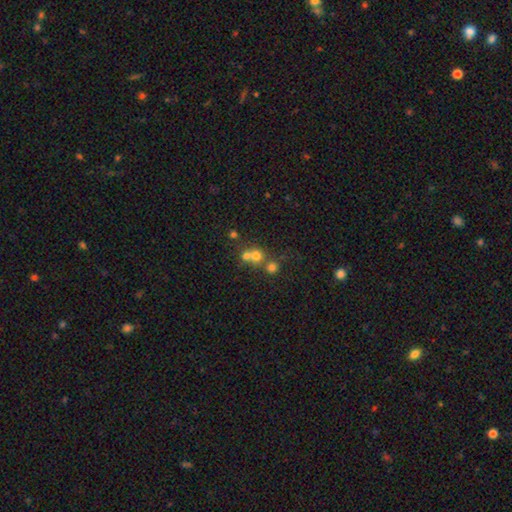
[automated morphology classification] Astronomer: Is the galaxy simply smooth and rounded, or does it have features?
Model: smooth — 68%.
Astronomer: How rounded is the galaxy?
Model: round — 86%.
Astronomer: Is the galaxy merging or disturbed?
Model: merger — 49% (runner-up: none, 43%).